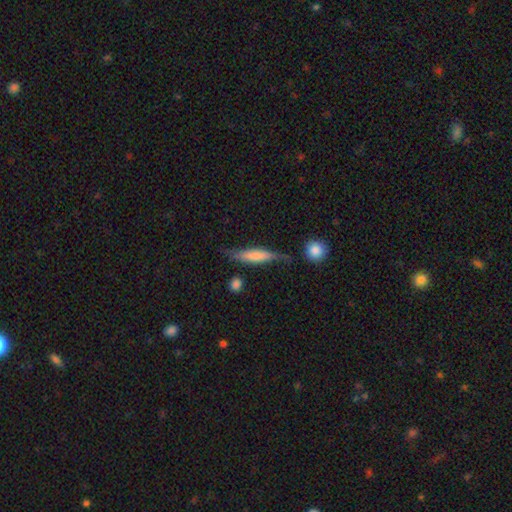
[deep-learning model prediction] Smooth or featured?
  - smooth: 48% *
  - featured or disk: 45%
  - star or artifact: 6%
Merging?
  - none: 62% *
  - minor disturbance: 24%
  - major disturbance: 8%
  - merger: 6%